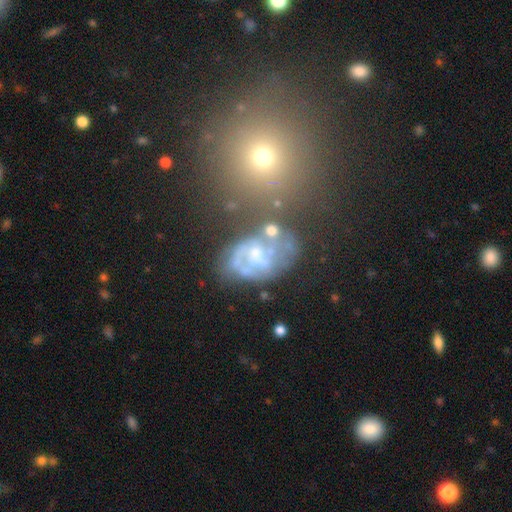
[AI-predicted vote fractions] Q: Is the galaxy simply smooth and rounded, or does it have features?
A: featured or disk — 72%.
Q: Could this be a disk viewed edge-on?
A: no — 97%.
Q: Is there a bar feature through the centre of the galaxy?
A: no — 46%.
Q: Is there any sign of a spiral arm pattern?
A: yes — 72%.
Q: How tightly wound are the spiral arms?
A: medium — 46%.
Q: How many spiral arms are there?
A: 2 — 48%.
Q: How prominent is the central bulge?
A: small — 40%.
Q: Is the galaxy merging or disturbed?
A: none — 39%.